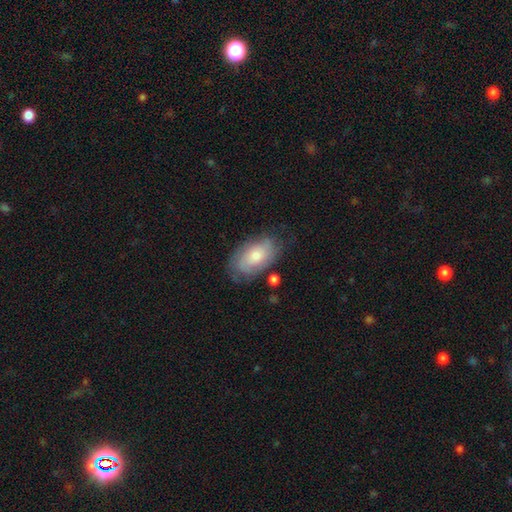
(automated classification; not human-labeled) smooth-or-featured: smooth: 50% | featured or disk: 43% | star or artifact: 7%
  how-rounded: in between: 91% | round: 6% | cigar-shaped: 3%
  merging: none: 68% | minor disturbance: 22% | major disturbance: 7% | merger: 3%